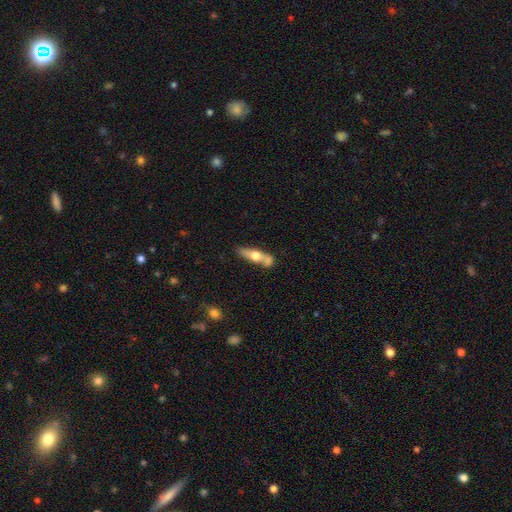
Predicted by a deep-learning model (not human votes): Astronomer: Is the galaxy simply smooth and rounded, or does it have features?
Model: featured or disk — 47%, tied with smooth at 47%.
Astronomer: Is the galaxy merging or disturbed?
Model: none — 57%.